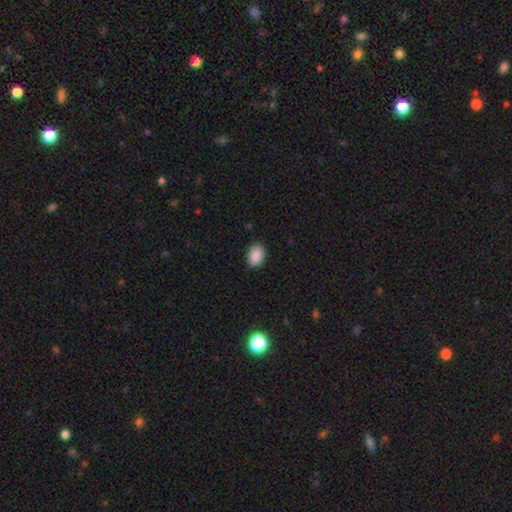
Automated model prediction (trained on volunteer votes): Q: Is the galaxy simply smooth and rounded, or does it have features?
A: smooth — 90%.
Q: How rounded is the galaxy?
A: in between — 84%.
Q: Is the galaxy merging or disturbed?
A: none — 86%.